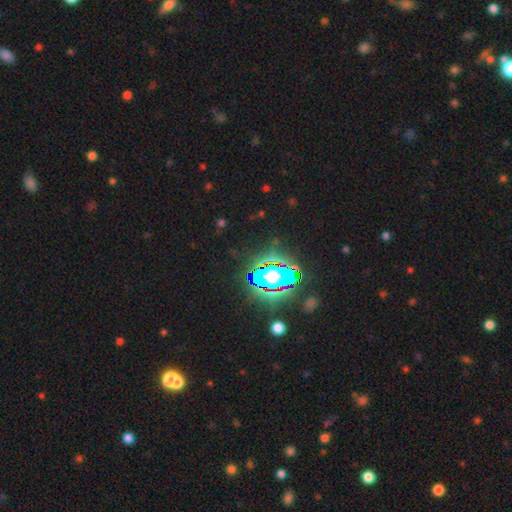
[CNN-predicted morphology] type=star or artifact (81%).